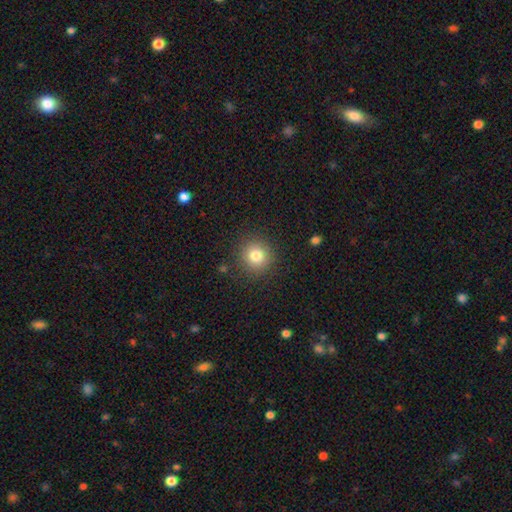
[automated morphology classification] Smooth or featured?
  - smooth: 81% *
  - star or artifact: 12%
  - featured or disk: 8%
How rounded?
  - round: 93% *
  - in between: 6%
  - cigar-shaped: 1%
Merging?
  - none: 88% *
  - minor disturbance: 7%
  - major disturbance: 3%
  - merger: 1%